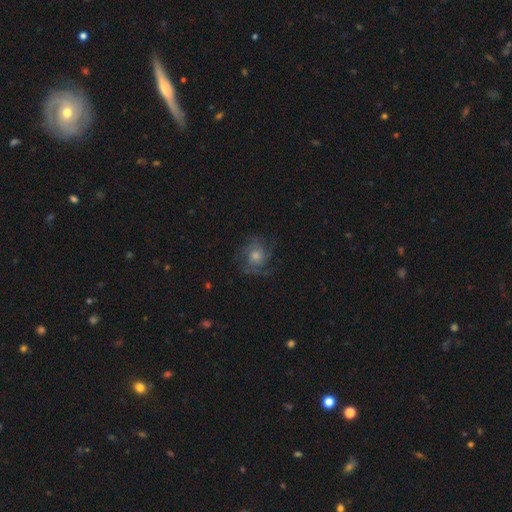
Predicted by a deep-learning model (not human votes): Overall: featured or disk (68%). Edge-on disk: no (97%). Bar: no (77%). Spiral arms: yes (92%). Spiral arm count: 3 (33%; can't tell 26%). Spiral winding: medium (44%; tight 41%). Bulge size: moderate (57%; small 25%). Merging: none (72%).